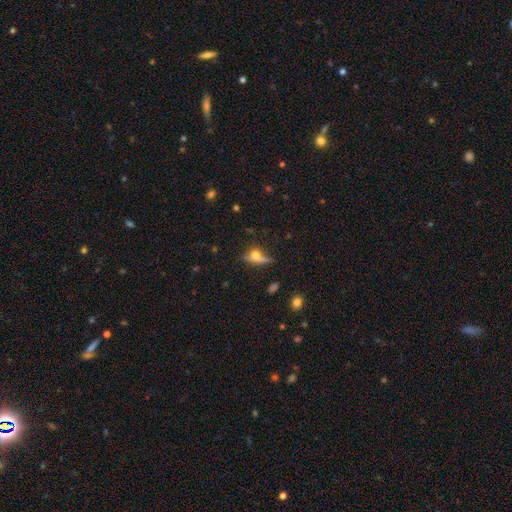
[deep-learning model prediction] Smooth or featured: smooth — 46% (featured or disk — 36%)
Merging: none — 56% (minor disturbance — 18%)